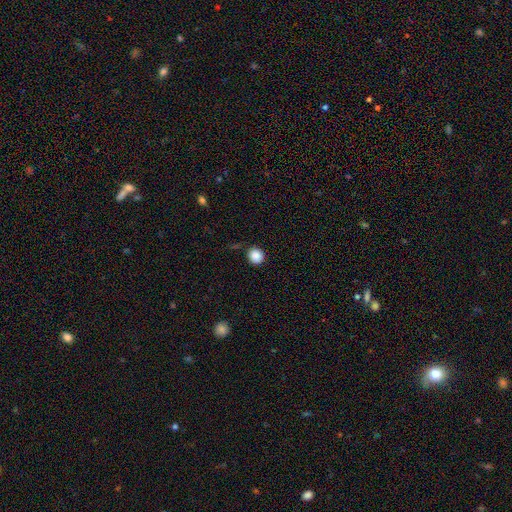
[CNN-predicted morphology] Overall: smooth (88%). How rounded: round (91%). Merging: none (86%).